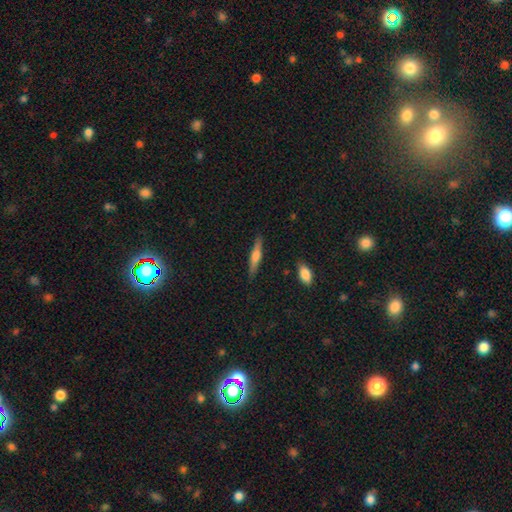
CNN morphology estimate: Smooth or featured? Predicted: smooth (p=0.49). Merging? Predicted: none (p=0.87).